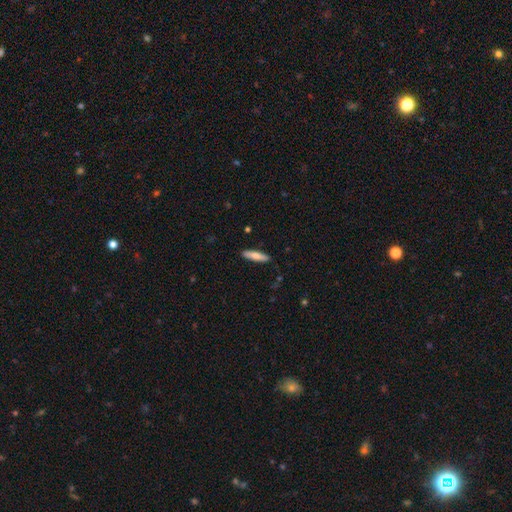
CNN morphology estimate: Smooth or featured?
  - smooth: 71% *
  - featured or disk: 24%
  - star or artifact: 5%
How rounded?
  - cigar-shaped: 79% *
  - in between: 20%
  - round: 2%
Merging?
  - none: 89% *
  - minor disturbance: 8%
  - major disturbance: 2%
  - merger: 1%